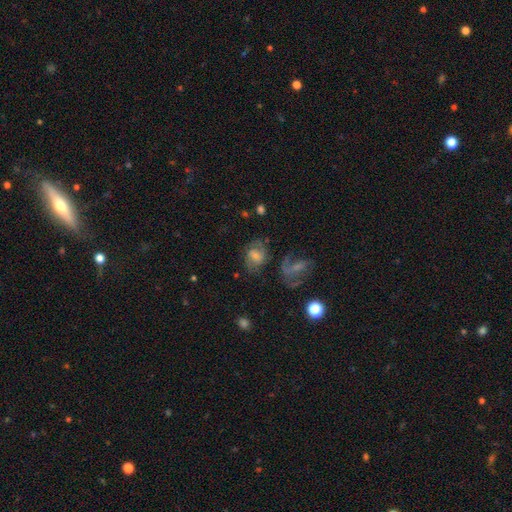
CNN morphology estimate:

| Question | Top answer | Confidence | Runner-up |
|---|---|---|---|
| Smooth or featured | featured or disk | 53% | smooth (35%) |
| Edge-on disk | no | 97% | yes (3%) |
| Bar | weak | 45% | no (42%) |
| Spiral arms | yes | 83% | no (17%) |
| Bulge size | small | 45% | moderate (38%) |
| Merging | none | 54% | minor disturbance (20%) |